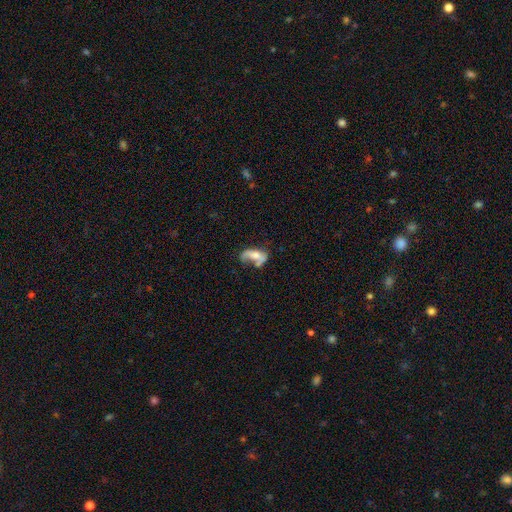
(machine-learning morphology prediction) This appears to be a featured or disk galaxy (47%). Merging: major disturbance (32%).